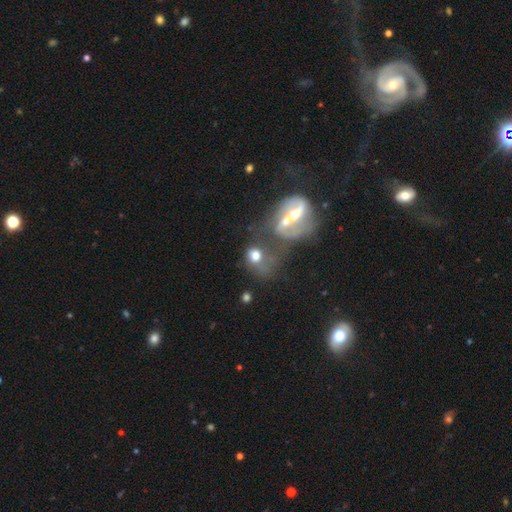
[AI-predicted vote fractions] Smooth or featured? smooth (54%)
How rounded? round (52%)
Merging? merger (46%)